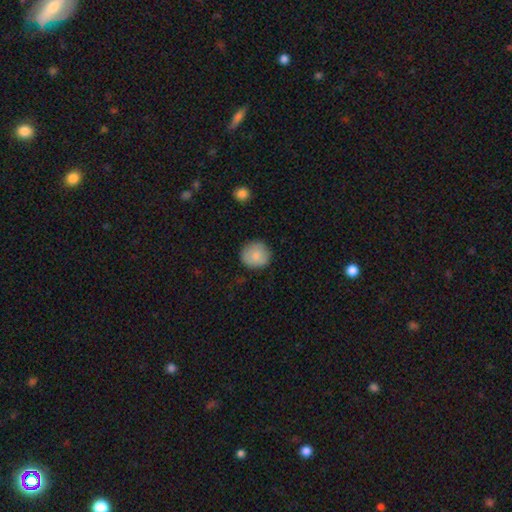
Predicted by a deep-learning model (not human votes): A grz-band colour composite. It shows a smooth galaxy with no disk features (86%) that is round (90%). Merging: none (86%).